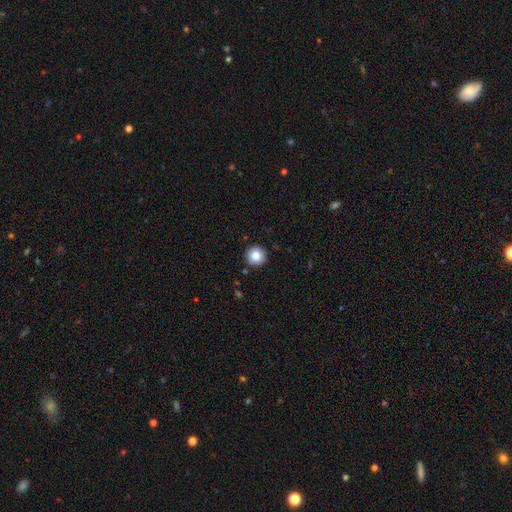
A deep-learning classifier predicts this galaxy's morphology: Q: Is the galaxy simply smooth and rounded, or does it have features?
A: smooth — 84%.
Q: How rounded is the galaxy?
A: round — 96%.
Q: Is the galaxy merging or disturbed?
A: none — 92%.